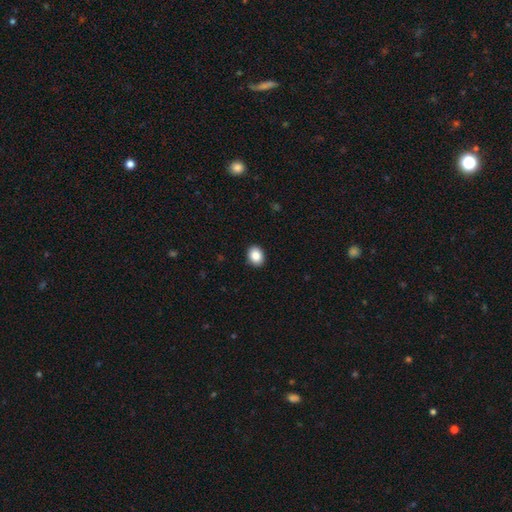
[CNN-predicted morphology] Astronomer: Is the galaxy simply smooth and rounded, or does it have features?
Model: smooth — 86%.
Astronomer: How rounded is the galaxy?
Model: in between — 51% (runner-up: round, 48%).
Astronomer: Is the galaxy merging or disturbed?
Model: none — 91%.